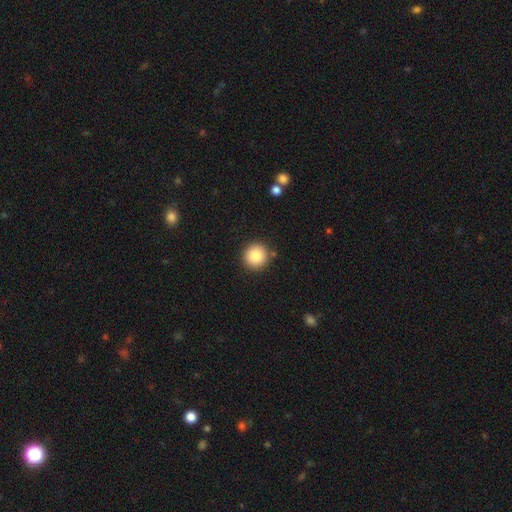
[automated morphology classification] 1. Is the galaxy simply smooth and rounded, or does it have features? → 86% smooth, 9% star or artifact, 5% featured or disk.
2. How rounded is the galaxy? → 94% round, 5% in between, 1% cigar-shaped.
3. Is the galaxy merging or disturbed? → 89% none, 7% minor disturbance, 2% merger, 2% major disturbance.